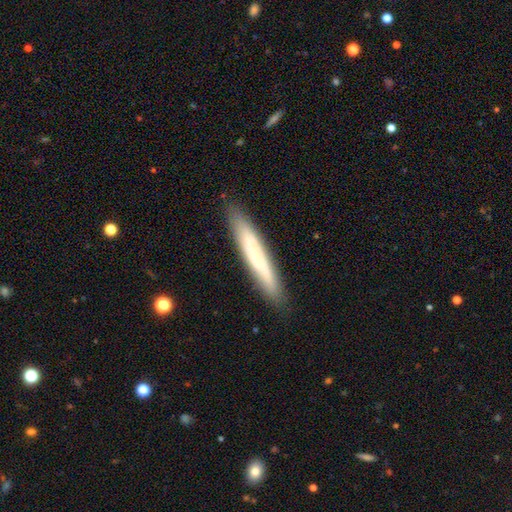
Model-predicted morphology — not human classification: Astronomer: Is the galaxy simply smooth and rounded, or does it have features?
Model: smooth — 59% (runner-up: featured or disk, 34%).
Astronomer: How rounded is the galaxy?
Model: cigar-shaped — 93%.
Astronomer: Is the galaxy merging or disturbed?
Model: none — 87%.